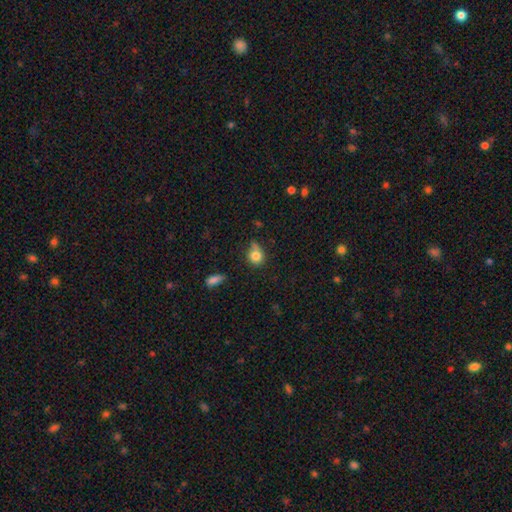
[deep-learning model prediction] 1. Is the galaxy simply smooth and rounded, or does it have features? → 80% smooth, 10% star or artifact, 9% featured or disk.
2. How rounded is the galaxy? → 77% round, 21% in between, 1% cigar-shaped.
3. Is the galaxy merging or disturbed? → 51% none, 29% minor disturbance, 11% major disturbance, 9% merger.